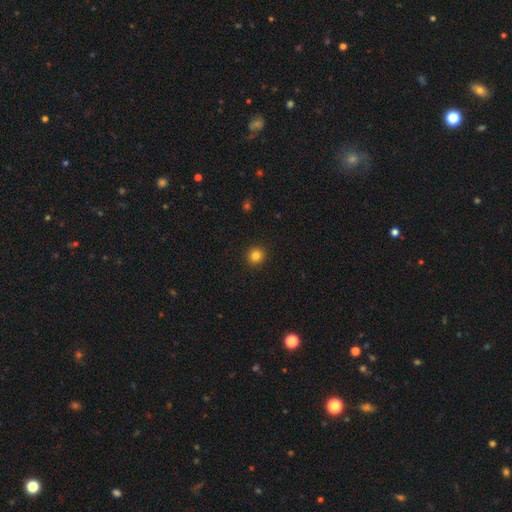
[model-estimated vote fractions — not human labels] Q: Smooth or featured?
A: smooth (83%); runner-up: star or artifact (12%)
Q: How rounded?
A: round (92%); runner-up: in between (7%)
Q: Merging?
A: none (93%); runner-up: minor disturbance (5%)